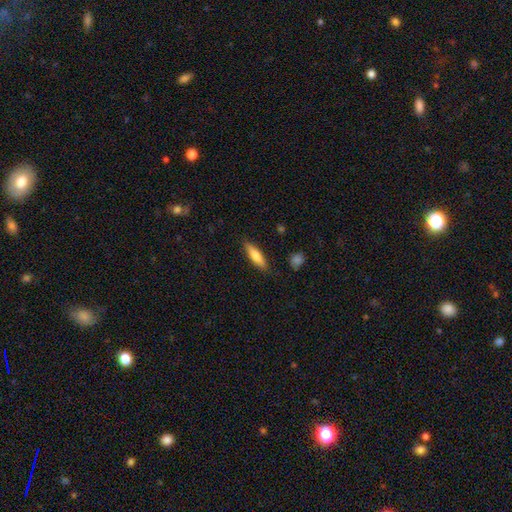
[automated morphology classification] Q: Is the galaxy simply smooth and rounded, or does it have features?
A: smooth — 72%.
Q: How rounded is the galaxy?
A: cigar-shaped — 67%.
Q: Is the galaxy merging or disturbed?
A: none — 85%.